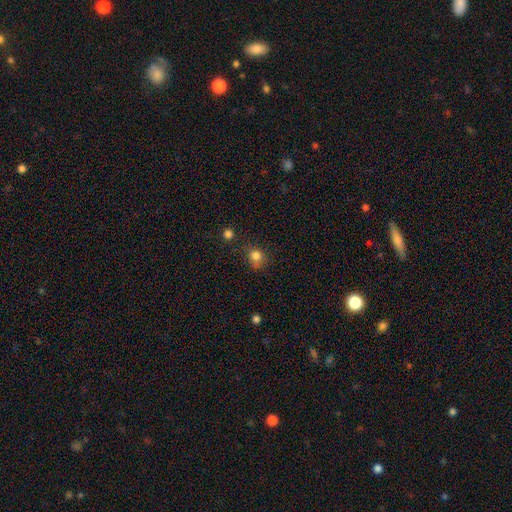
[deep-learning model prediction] Smooth or featured?
  - smooth: 81% *
  - star or artifact: 13%
  - featured or disk: 6%
How rounded?
  - round: 80% *
  - in between: 19%
  - cigar-shaped: 1%
Merging?
  - none: 70% *
  - minor disturbance: 19%
  - major disturbance: 6%
  - merger: 4%